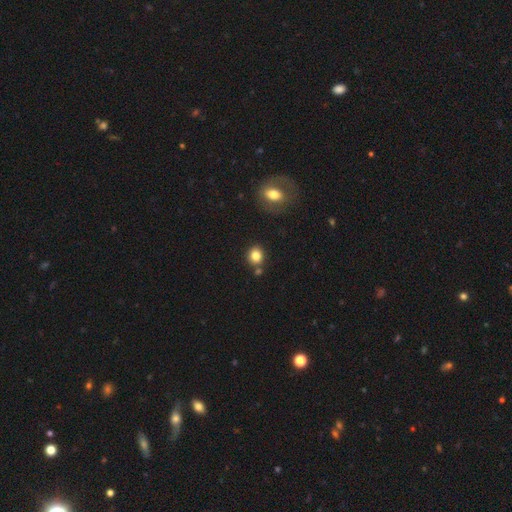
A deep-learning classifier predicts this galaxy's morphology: smooth 81%, star or artifact 12%, featured or disk 7%. Down the decision tree: how rounded — round (78%); merging — none (76%).